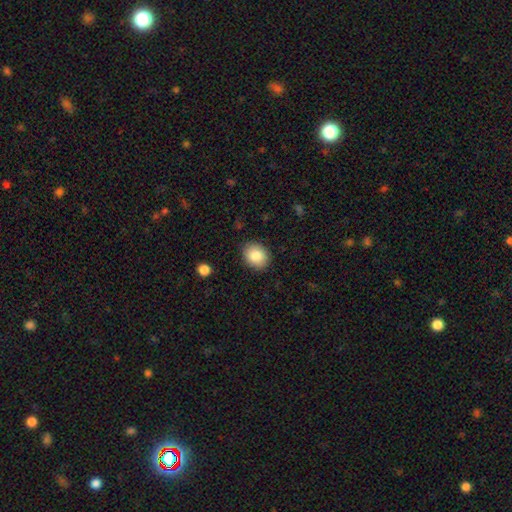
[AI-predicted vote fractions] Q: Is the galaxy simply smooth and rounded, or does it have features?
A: smooth — 86%.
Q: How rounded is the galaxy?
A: round — 51%.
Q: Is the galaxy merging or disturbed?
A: none — 88%.